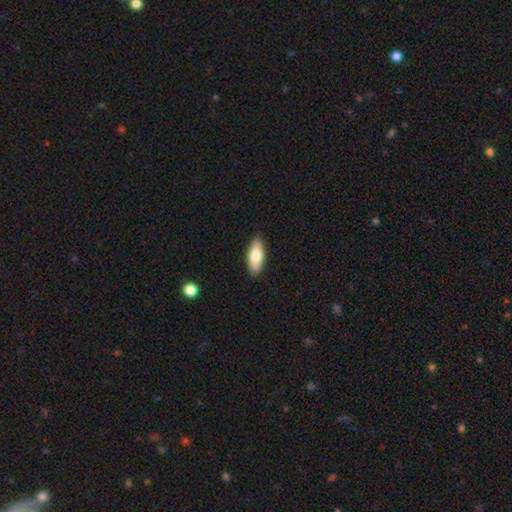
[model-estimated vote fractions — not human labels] Q: Smooth or featured?
A: smooth (78%); runner-up: featured or disk (16%)
Q: How rounded?
A: in between (78%); runner-up: cigar-shaped (20%)
Q: Merging?
A: none (88%); runner-up: minor disturbance (9%)